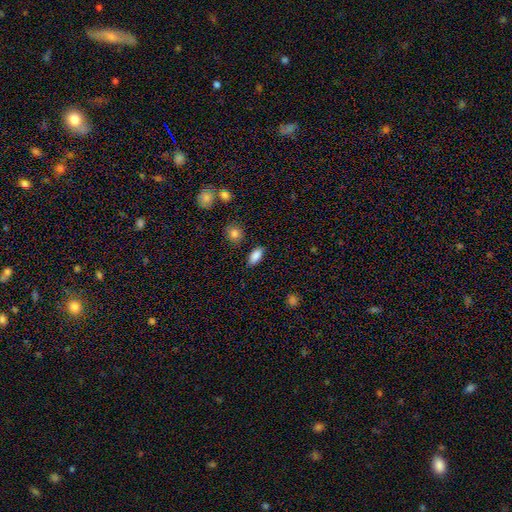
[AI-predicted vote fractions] The model was most divided on "merging": none: 86%, minor disturbance: 10%, major disturbance: 2%, merger: 2%. More confident: how rounded — in between (88%); smooth or featured — smooth (87%).